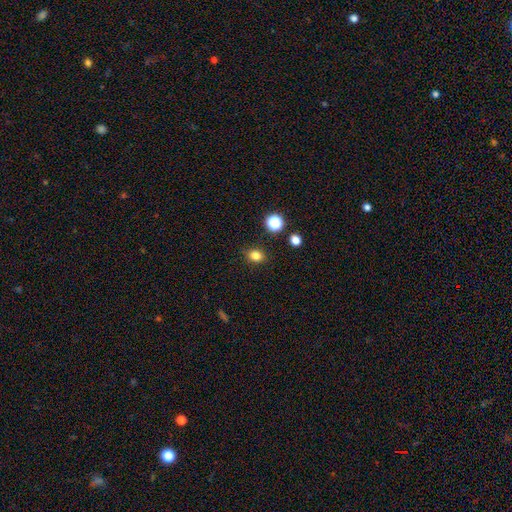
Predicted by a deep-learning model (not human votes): smooth-or-featured: smooth: 81% | star or artifact: 13% | featured or disk: 5%
  how-rounded: in between: 57% | round: 42% | cigar-shaped: 1%
  merging: none: 87% | minor disturbance: 9% | major disturbance: 3% | merger: 2%